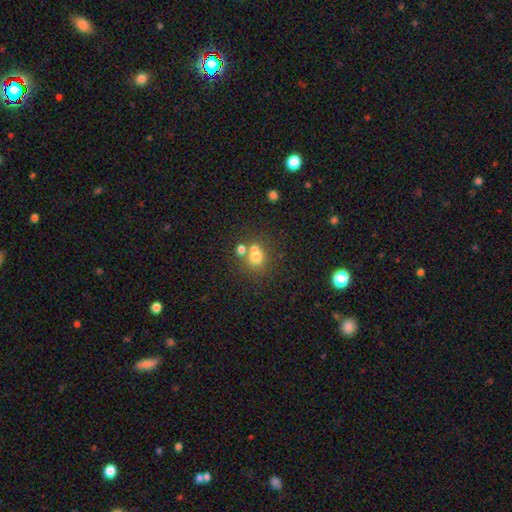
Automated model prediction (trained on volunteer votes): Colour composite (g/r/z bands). It shows a smooth galaxy with no disk features (69%) that is round (66%). Merging: merger (44%).